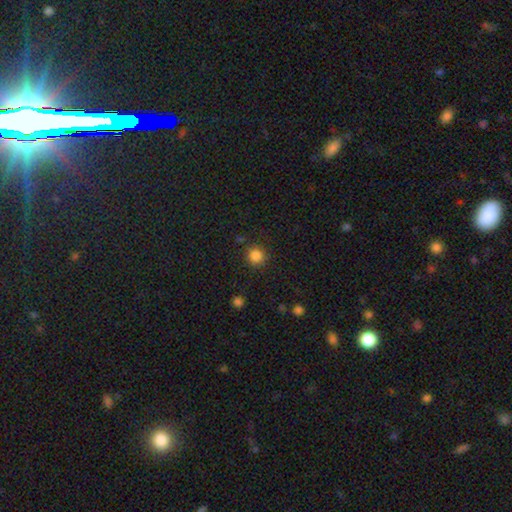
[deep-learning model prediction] This appears to be a smooth galaxy with no disk features (84%) that is round (93%). Merging: none (88%).